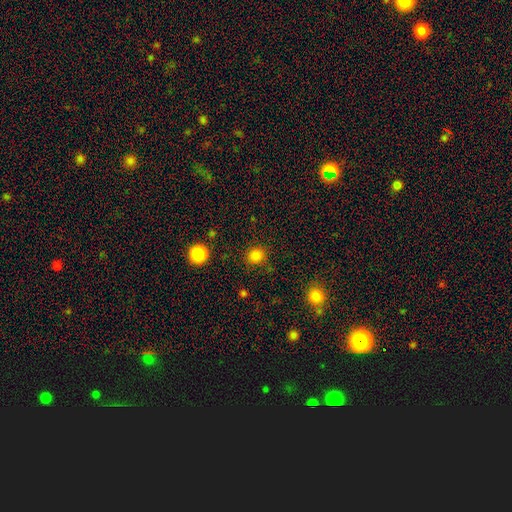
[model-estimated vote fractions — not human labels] Q: Smooth or featured?
A: smooth (83%); runner-up: star or artifact (13%)
Q: How rounded?
A: round (87%); runner-up: in between (12%)
Q: Merging?
A: none (86%); runner-up: minor disturbance (9%)